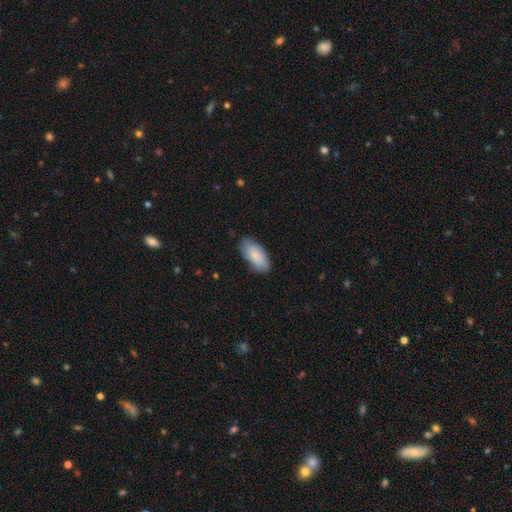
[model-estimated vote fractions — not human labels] The model was most divided on "merging": none: 75%, minor disturbance: 21%, major disturbance: 3%, merger: 1%. More confident: how rounded — in between (92%); smooth or featured — smooth (85%).